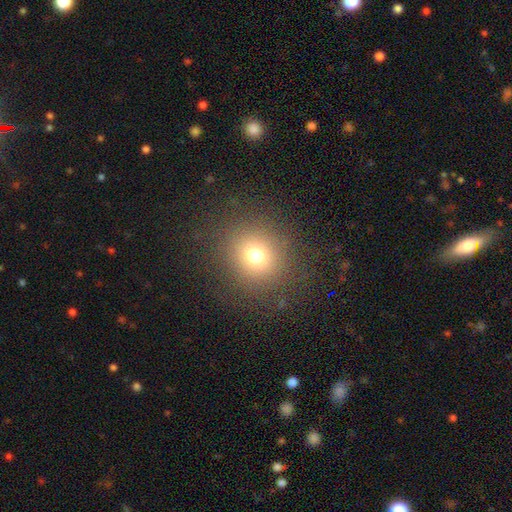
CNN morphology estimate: This appears to be a smooth galaxy with no disk features (72%) that is round (85%). Merging: none (85%).